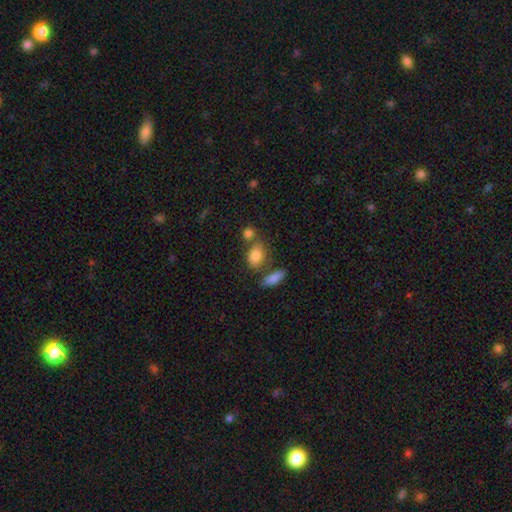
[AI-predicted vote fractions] This appears to be a smooth galaxy with no disk features (82%) that is in between round and cigar-shaped (72%). Merging: none (57%).